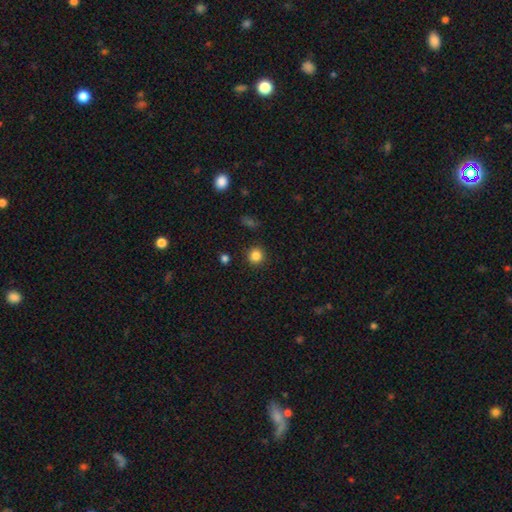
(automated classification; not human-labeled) Morphology: type=smooth (84%); roundness=round (93%); merging=none (90%).